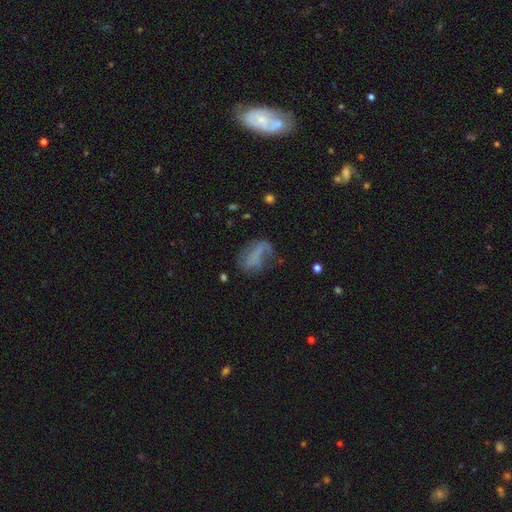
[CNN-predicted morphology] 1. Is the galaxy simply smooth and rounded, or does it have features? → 44% smooth, 43% featured or disk, 14% star or artifact.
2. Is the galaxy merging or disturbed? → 36% none, 34% major disturbance, 25% minor disturbance, 5% merger.